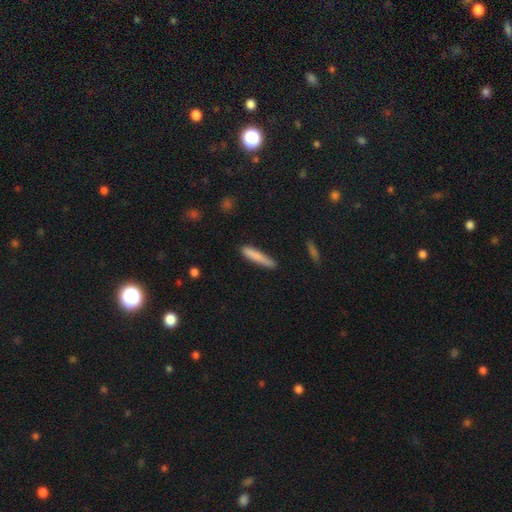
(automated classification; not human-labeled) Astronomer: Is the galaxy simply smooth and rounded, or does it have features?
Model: smooth — 81%.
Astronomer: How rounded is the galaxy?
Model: cigar-shaped — 92%.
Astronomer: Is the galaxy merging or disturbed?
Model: none — 82%.